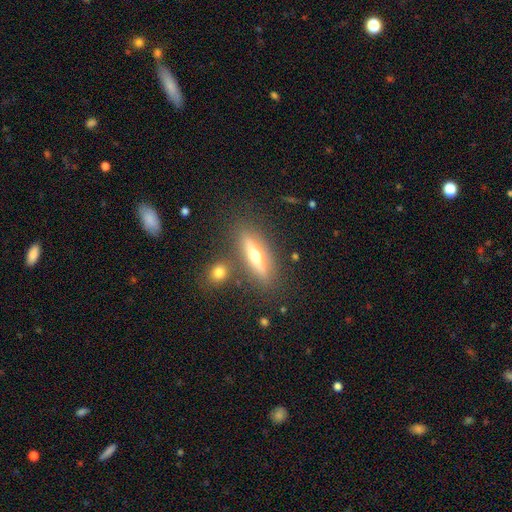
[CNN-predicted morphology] Overall: featured or disk (58%; smooth 34%). Edge-on disk: yes (87%). Edge-on bulge: rounded (93%). Merging: none (80%).